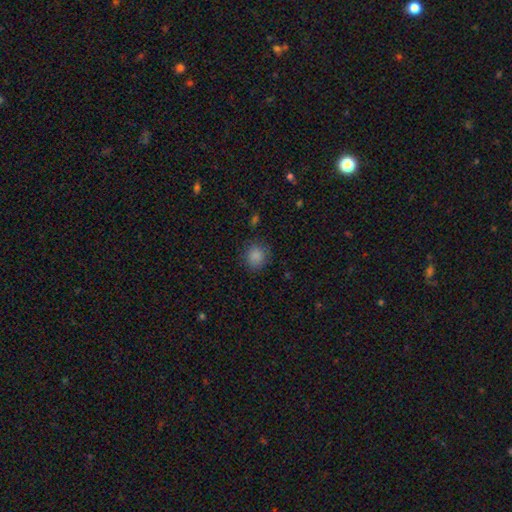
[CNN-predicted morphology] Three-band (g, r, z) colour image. It shows a smooth galaxy with no disk features (86%) that is round (84%). Merging: none (84%).